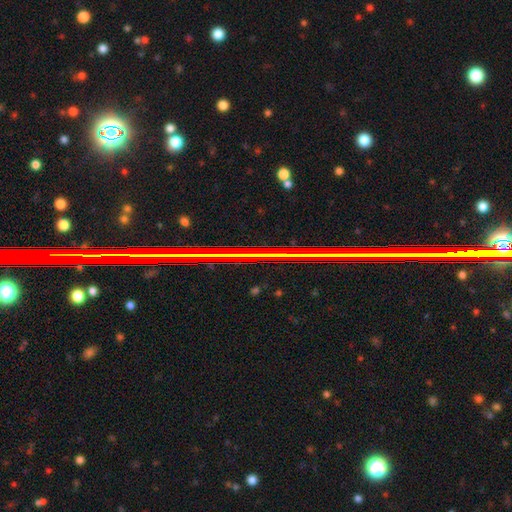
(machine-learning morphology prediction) smooth-or-featured: star or artifact: 79% | featured or disk: 13% | smooth: 8%